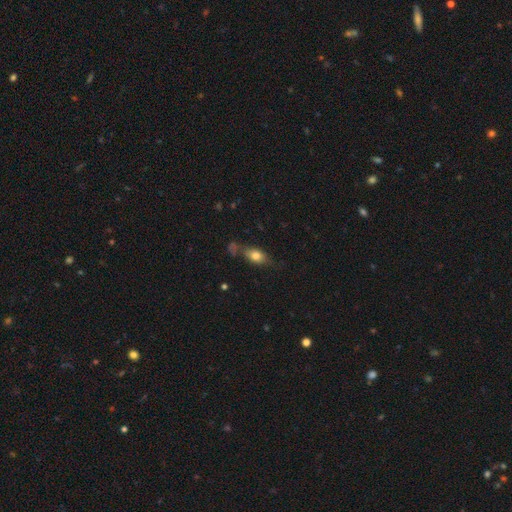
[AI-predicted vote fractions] A smooth galaxy with no disk features (73%) that is in between round and cigar-shaped (80%). Merging: none (56%).